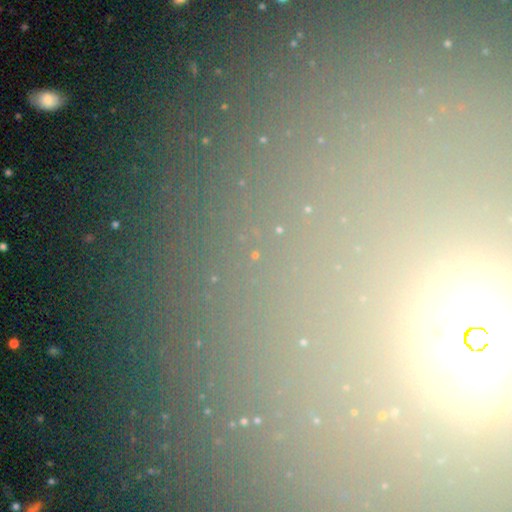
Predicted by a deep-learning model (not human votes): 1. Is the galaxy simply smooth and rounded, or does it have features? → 71% star or artifact, 19% smooth, 10% featured or disk.